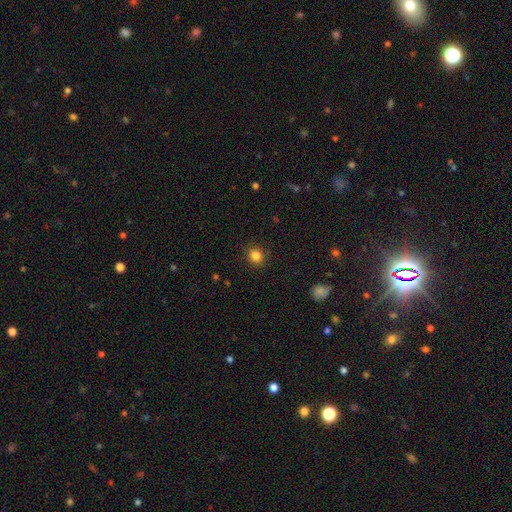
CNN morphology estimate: type=smooth (84%); roundness=round (86%); merging=none (90%).